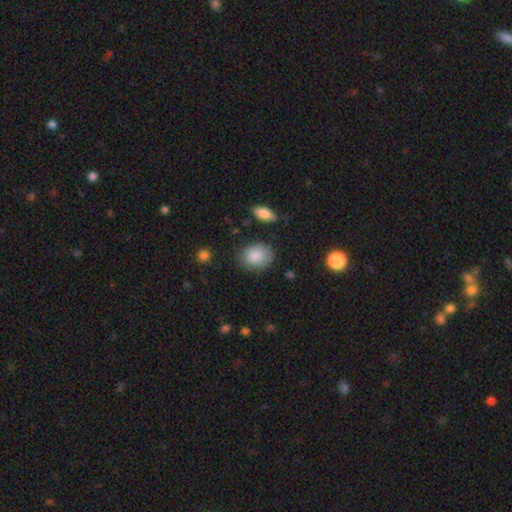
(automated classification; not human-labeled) Morphology: type=smooth (86%); roundness=in between (58%); merging=none (75%).